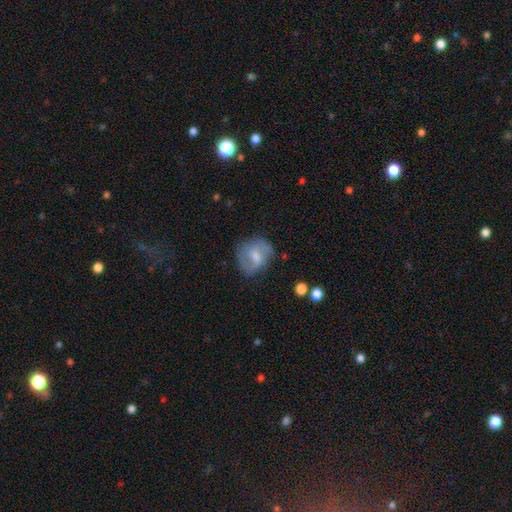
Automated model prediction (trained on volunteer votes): Smooth or featured?
  - smooth: 48% *
  - featured or disk: 44%
  - star or artifact: 8%
Merging?
  - none: 61% *
  - minor disturbance: 24%
  - major disturbance: 12%
  - merger: 2%